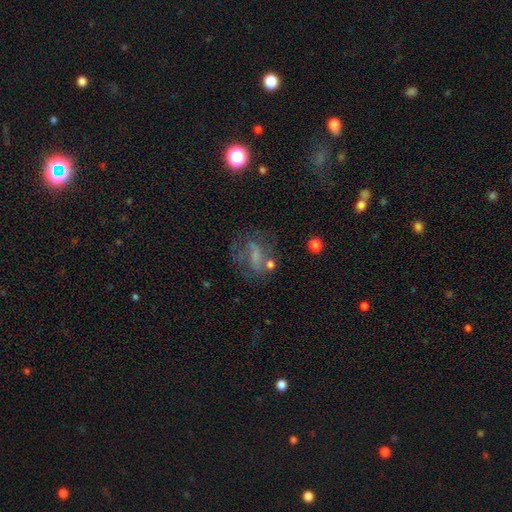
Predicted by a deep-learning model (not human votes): Q: Smooth or featured?
A: featured or disk (49%); runner-up: smooth (31%)
Q: Merging?
A: none (50%); runner-up: major disturbance (24%)